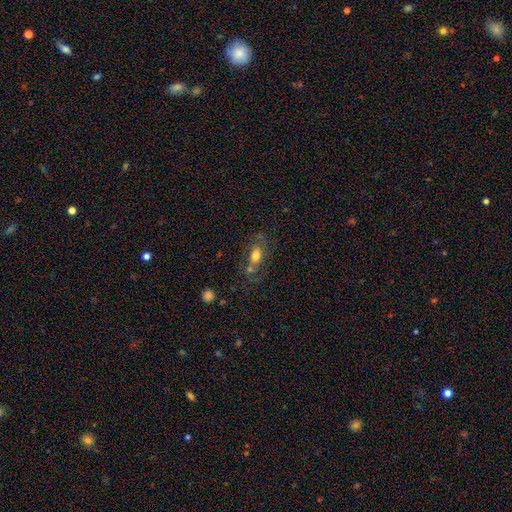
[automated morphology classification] This appears to be a smooth galaxy with no disk features (62%) that is in between round and cigar-shaped (75%). Merging: none (50%).